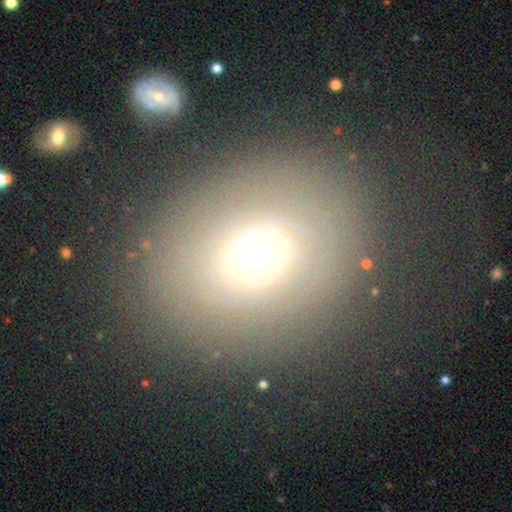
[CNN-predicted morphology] Overall: smooth (45%; featured or disk 41%). Merging: none (77%).